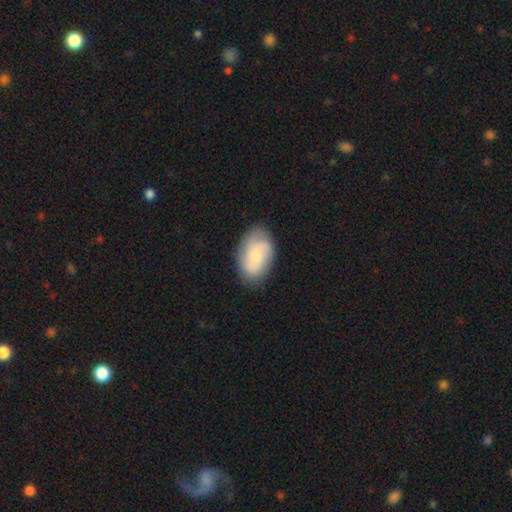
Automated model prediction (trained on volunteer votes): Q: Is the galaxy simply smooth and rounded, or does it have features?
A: featured or disk — 49%.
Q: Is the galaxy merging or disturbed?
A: none — 77%.